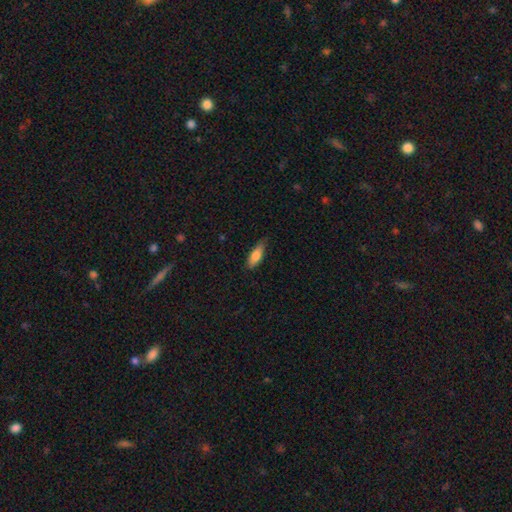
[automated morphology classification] A smooth galaxy with no disk features (76%) that is in between round and cigar-shaped (57%).

Vote fractions:
- Smooth or featured? smooth: 76% / featured or disk: 18% / star or artifact: 6%
- How rounded? in between: 57% / cigar-shaped: 41% / round: 2%
- Merging? none: 72% / minor disturbance: 23% / major disturbance: 3% / merger: 1%